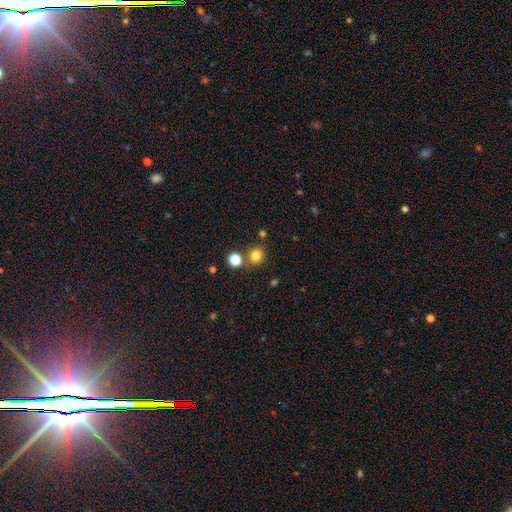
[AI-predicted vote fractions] smooth_or_featured: smooth (p=0.80) [alt: star or artifact p=0.15]
how_rounded: round (p=0.85) [alt: in between p=0.14]
merging: none (p=0.76) [alt: merger p=0.13]